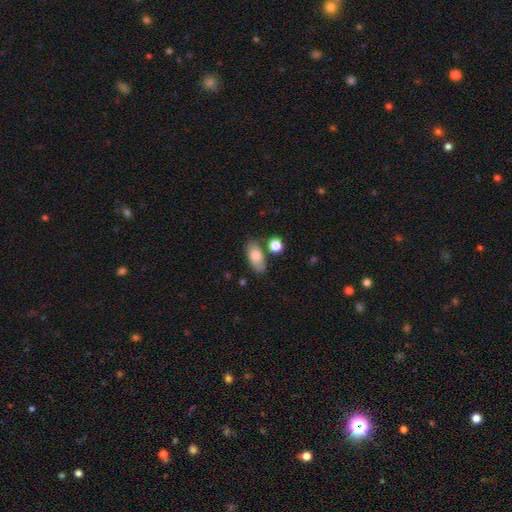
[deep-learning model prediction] This appears to be a smooth galaxy with no disk features (80%) that is in between round and cigar-shaped (89%). Merging: none (66%).